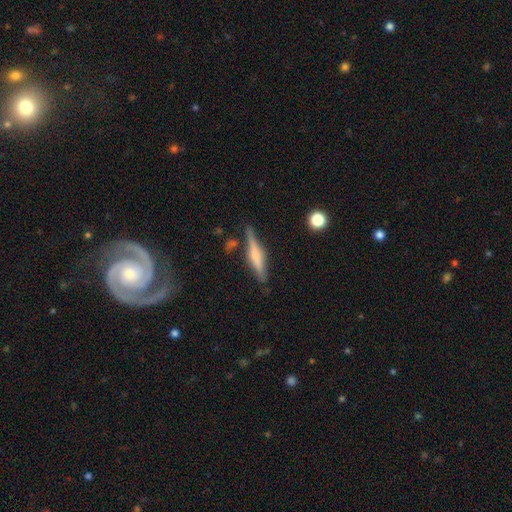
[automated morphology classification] Smooth or featured: featured or disk — 60% (smooth — 33%)
Edge-on disk: yes — 96% (no — 4%)
Edge-on bulge: rounded — 72% (boxy — 16%)
Merging: none — 80% (minor disturbance — 13%)